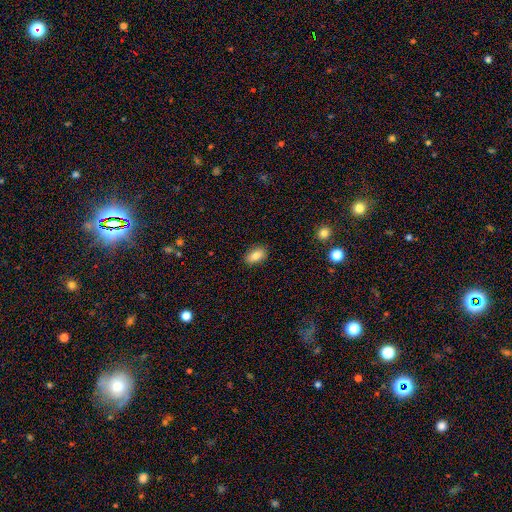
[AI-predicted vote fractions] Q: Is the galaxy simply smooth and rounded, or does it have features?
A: smooth — 83%.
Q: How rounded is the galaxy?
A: in between — 90%.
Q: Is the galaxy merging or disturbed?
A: none — 87%.